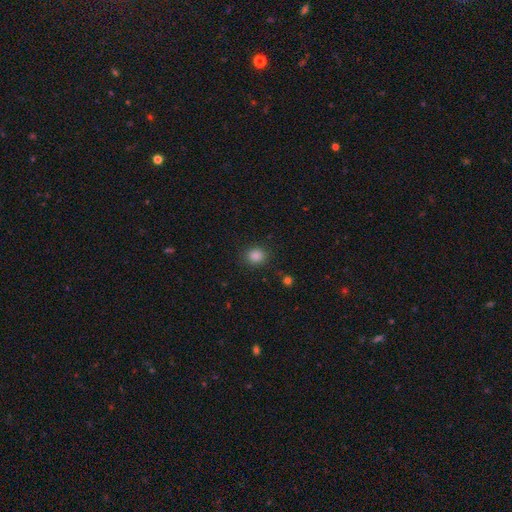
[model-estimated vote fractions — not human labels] Smooth or featured: smooth — 85% (star or artifact — 11%)
How rounded: round — 78% (in between — 21%)
Merging: none — 87% (minor disturbance — 9%)